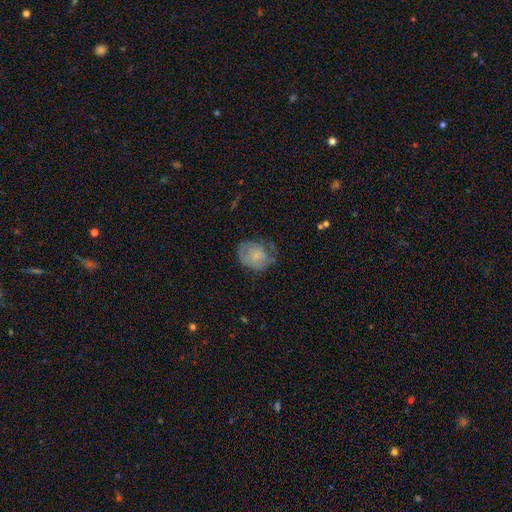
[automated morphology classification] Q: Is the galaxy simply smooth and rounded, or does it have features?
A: smooth — 60%.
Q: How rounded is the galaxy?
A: round — 56%.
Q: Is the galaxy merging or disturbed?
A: none — 45%.